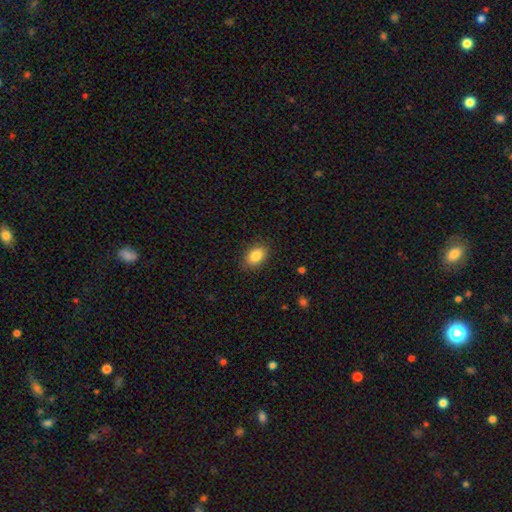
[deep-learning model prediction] This appears to be a smooth galaxy with no disk features (86%) that is in between round and cigar-shaped (86%). Merging: none (86%).